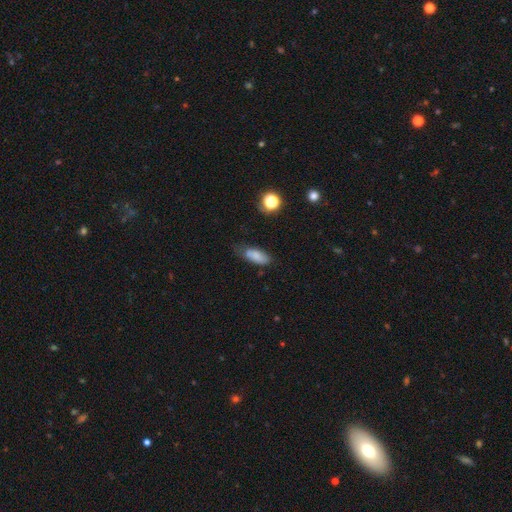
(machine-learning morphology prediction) Smooth or featured: smooth — 77% (featured or disk — 13%)
How rounded: in between — 78% (cigar-shaped — 19%)
Merging: none — 54% (minor disturbance — 32%)